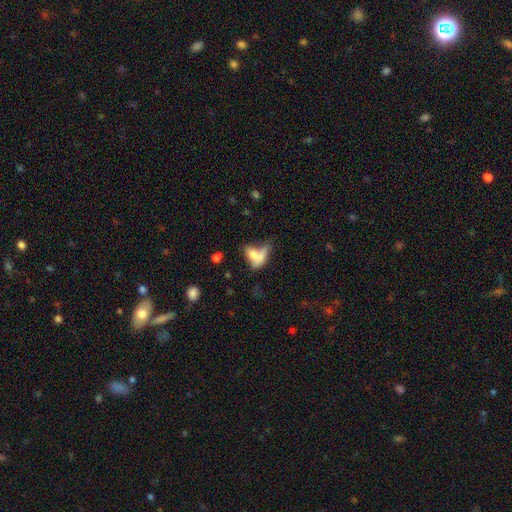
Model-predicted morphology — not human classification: Smooth or featured? Predicted: smooth (p=0.66). How rounded? Predicted: in between (p=0.73). Merging? Predicted: merger (p=0.47).